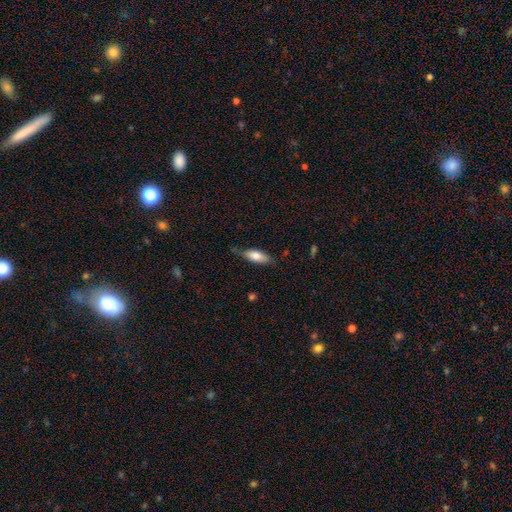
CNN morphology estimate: type=smooth (74%); roundness=in between (71%); merging=none (63%).